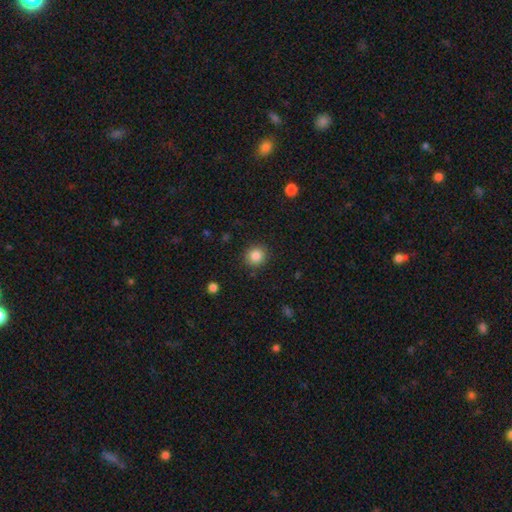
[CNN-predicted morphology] Smooth or featured? Predicted: smooth (p=0.86). How rounded? Predicted: round (p=0.89). Merging? Predicted: none (p=0.89).